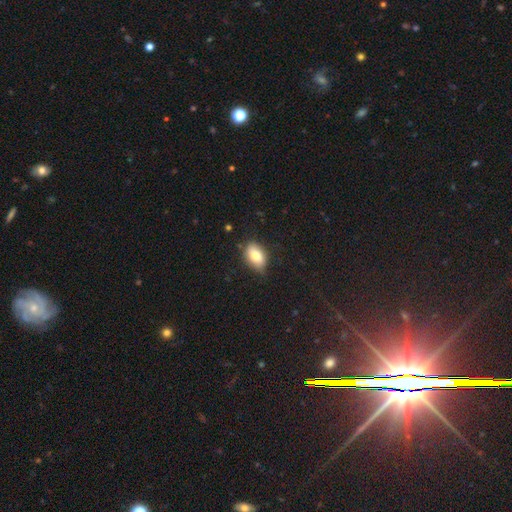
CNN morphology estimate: smooth-or-featured: smooth: 80% | featured or disk: 12% | star or artifact: 8%
  how-rounded: in between: 87% | round: 11% | cigar-shaped: 2%
  merging: none: 74% | minor disturbance: 21% | major disturbance: 4% | merger: 2%